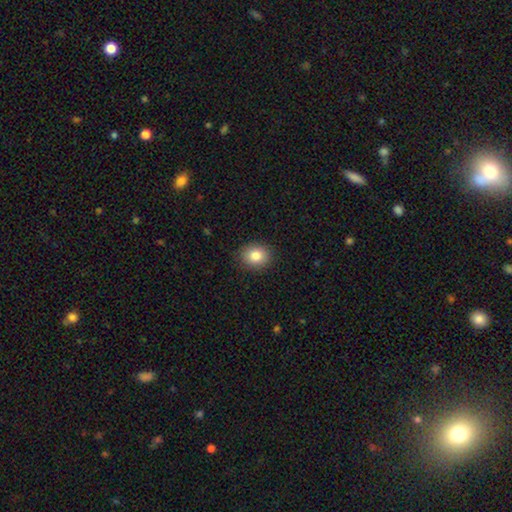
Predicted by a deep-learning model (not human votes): A smooth galaxy with no disk features (84%) that is round (62%).

Vote fractions:
- Smooth or featured? smooth: 84% / star or artifact: 9% / featured or disk: 7%
- How rounded? round: 62% / in between: 37% / cigar-shaped: 1%
- Merging? none: 89% / minor disturbance: 8% / major disturbance: 2% / merger: 1%